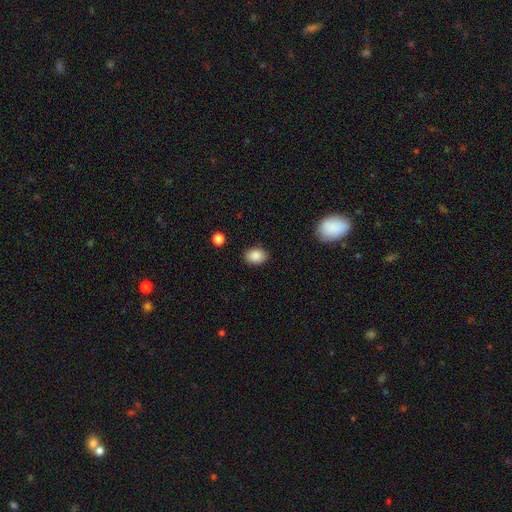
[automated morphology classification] The model was most divided on "how rounded": in between: 72%, round: 26%, cigar-shaped: 1%. More confident: smooth or featured — smooth (88%); merging — none (86%).